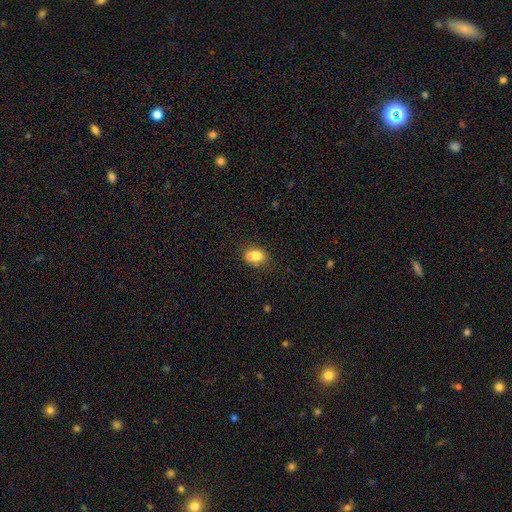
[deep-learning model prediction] Smooth or featured?
  - smooth: 71% *
  - featured or disk: 19%
  - star or artifact: 10%
How rounded?
  - in between: 54% *
  - round: 45%
  - cigar-shaped: 1%
Merging?
  - merger: 45% *
  - none: 41%
  - minor disturbance: 11%
  - major disturbance: 4%